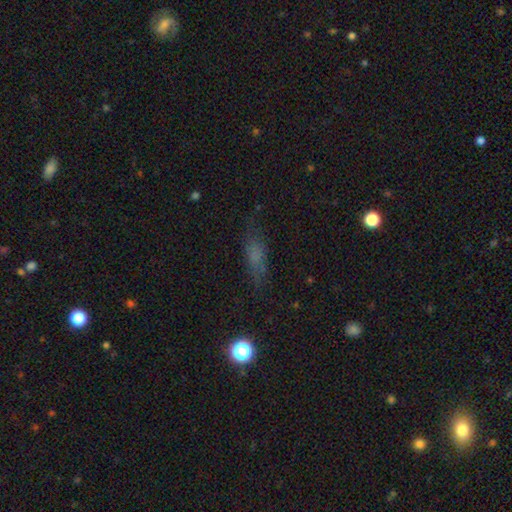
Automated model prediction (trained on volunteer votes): This appears to be a smooth galaxy with no disk features (58%) that is cigar-shaped (49%). Merging: none (71%).